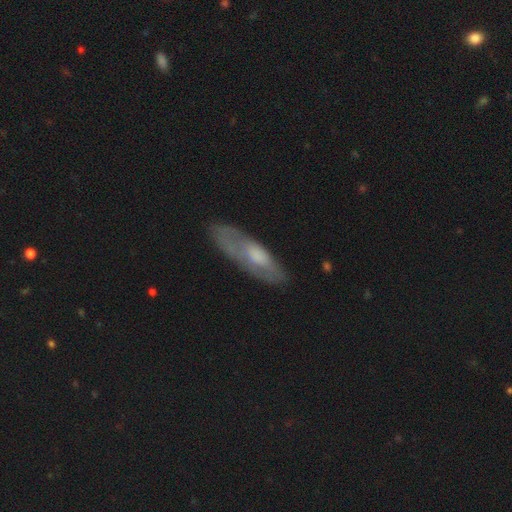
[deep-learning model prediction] smooth-or-featured: smooth: 47% (tied) | featured or disk: 47% (tied) | star or artifact: 6%
  merging: none: 65% | minor disturbance: 23% | major disturbance: 9% | merger: 2%